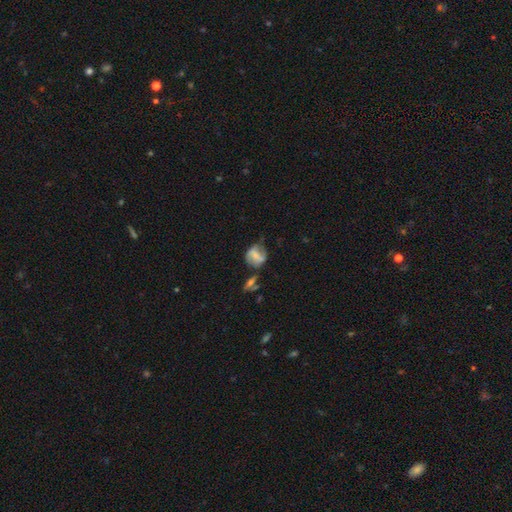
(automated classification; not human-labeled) smooth-or-featured: featured or disk: 47% | smooth: 44% | star or artifact: 10%
  merging: none: 48% | minor disturbance: 26% | major disturbance: 14% | merger: 12%